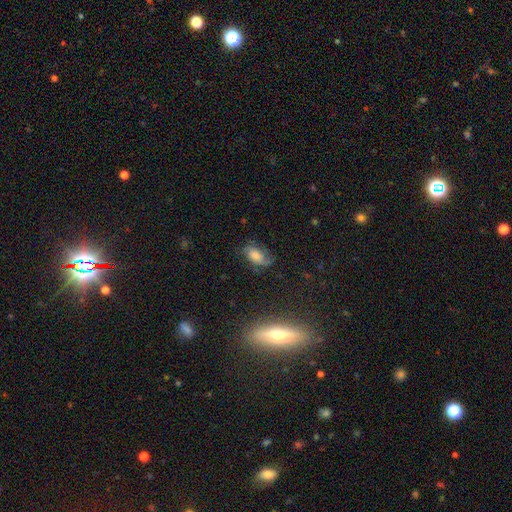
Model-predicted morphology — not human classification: This appears to be a smooth galaxy with no disk features (44%). Merging: none (60%).